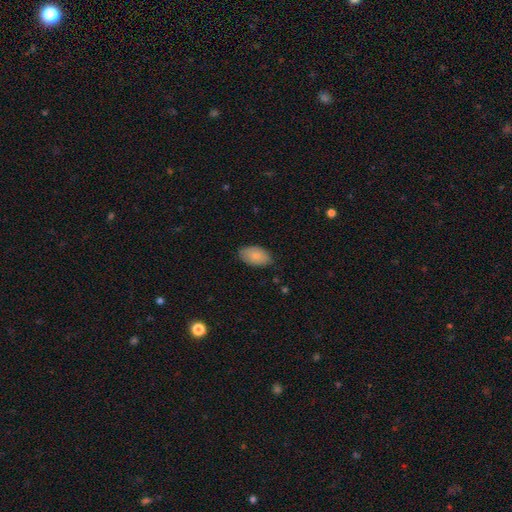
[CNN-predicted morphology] smooth_or_featured: smooth (p=0.84) [alt: featured or disk p=0.10]
how_rounded: in between (p=0.94) [alt: round p=0.05]
merging: none (p=0.81) [alt: minor disturbance p=0.16]